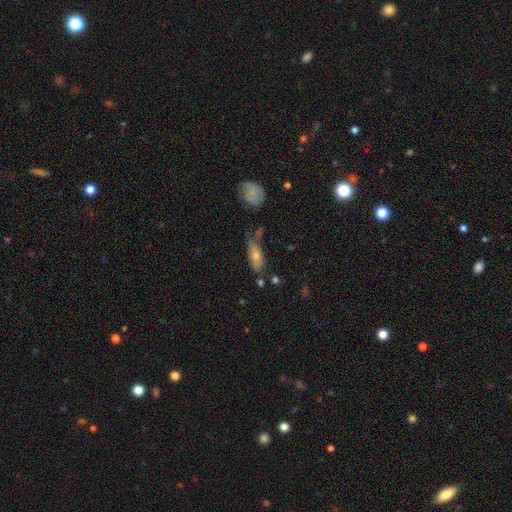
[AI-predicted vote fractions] The model was most divided on "merging": none: 54%, minor disturbance: 25%, merger: 13%, major disturbance: 8%. More confident: how rounded — in between (73%); smooth or featured — smooth (69%).